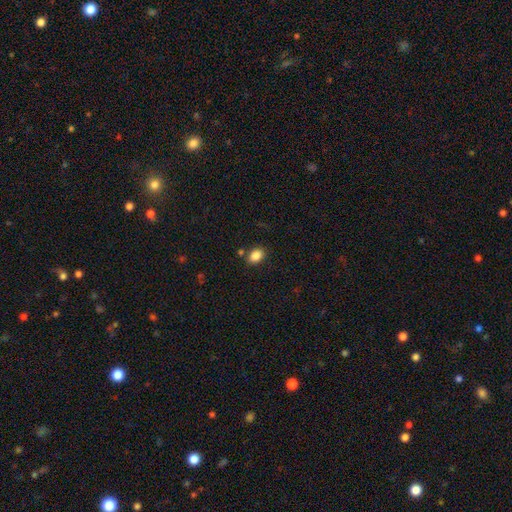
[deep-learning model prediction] smooth-or-featured: smooth: 86% | star or artifact: 9% | featured or disk: 5%
  how-rounded: in between: 77% | round: 22% | cigar-shaped: 1%
  merging: none: 81% | minor disturbance: 11% | merger: 5% | major disturbance: 3%